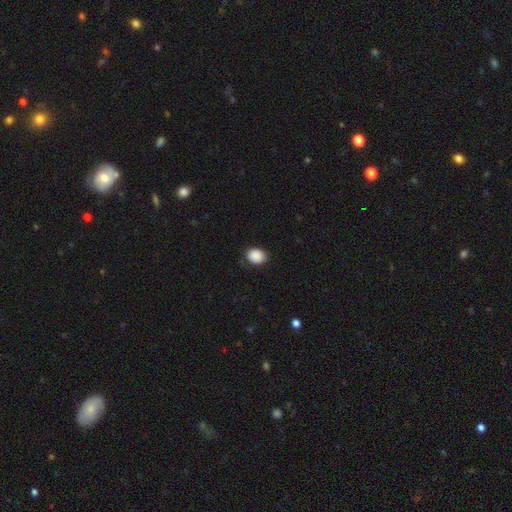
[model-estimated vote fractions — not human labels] Smooth or featured?
  - smooth: 89% *
  - star or artifact: 8%
  - featured or disk: 3%
How rounded?
  - in between: 51% *
  - round: 48%
  - cigar-shaped: 1%
Merging?
  - none: 80% *
  - minor disturbance: 16%
  - major disturbance: 3%
  - merger: 1%